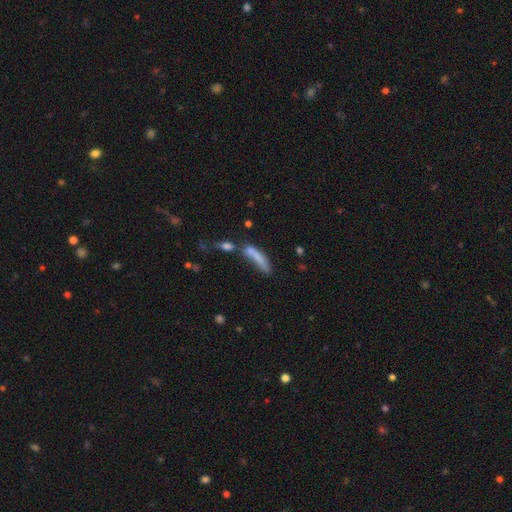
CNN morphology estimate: A smooth galaxy with no disk features (69%) that is cigar-shaped (76%). Merging: none (34%).